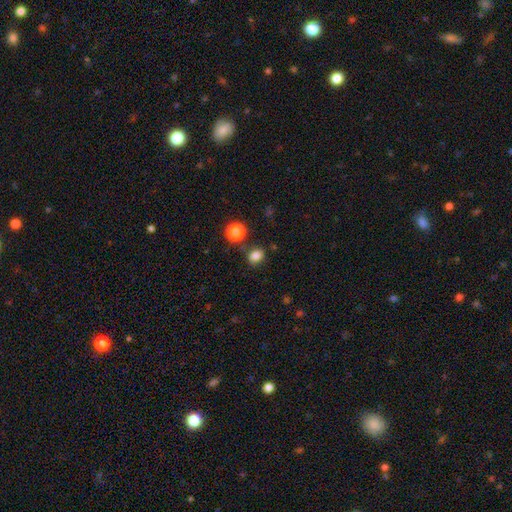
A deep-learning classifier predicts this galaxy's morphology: This is clearly a smooth galaxy (82%). How rounded: possibly in between (52%). Merging: likely none (77%).